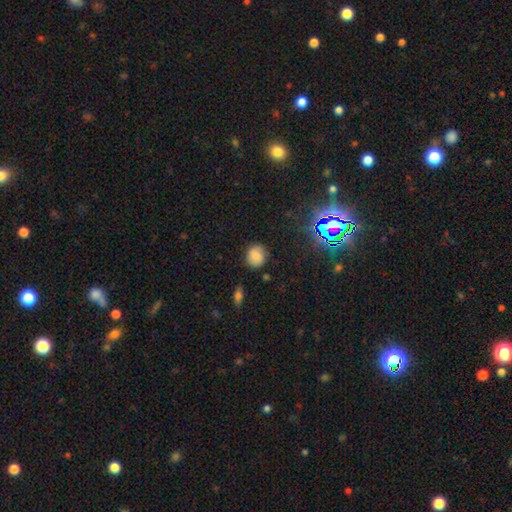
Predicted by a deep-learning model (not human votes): Morphology: type=smooth (79%); roundness=round (81%); merging=none (83%).